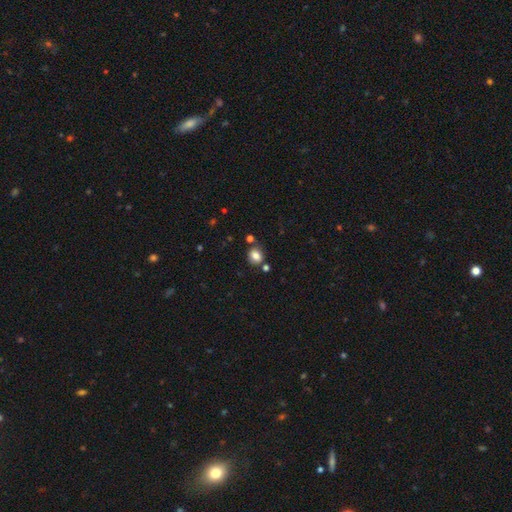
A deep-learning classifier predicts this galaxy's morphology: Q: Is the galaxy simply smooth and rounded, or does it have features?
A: smooth — 80%.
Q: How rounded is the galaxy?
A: round — 61%.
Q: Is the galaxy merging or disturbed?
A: none — 73%.